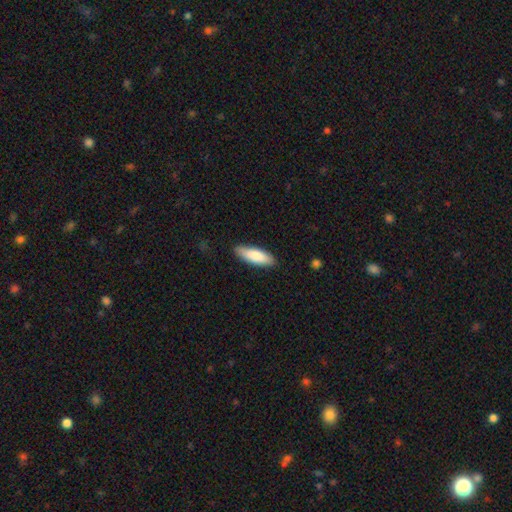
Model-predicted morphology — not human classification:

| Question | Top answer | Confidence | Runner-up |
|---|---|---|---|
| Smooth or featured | smooth | 84% | featured or disk (11%) |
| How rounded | in between | 58% | cigar-shaped (40%) |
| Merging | none | 84% | minor disturbance (13%) |